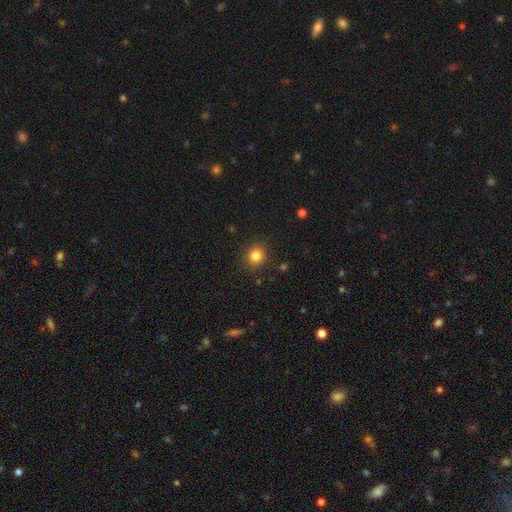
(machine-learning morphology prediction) A smooth galaxy with no disk features (83%) that is round (88%).

Vote fractions:
- Smooth or featured? smooth: 83% / star or artifact: 12% / featured or disk: 5%
- How rounded? round: 88% / in between: 11% / cigar-shaped: 1%
- Merging? none: 89% / minor disturbance: 8% / major disturbance: 2% / merger: 1%